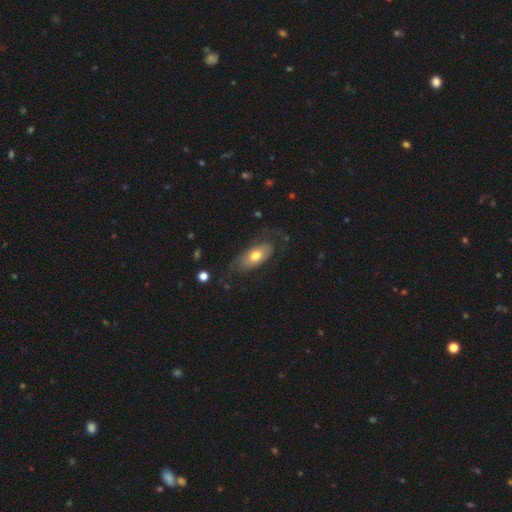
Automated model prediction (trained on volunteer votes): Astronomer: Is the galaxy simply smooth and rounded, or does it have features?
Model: smooth — 53% (runner-up: featured or disk, 41%).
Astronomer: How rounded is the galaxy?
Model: in between — 87%.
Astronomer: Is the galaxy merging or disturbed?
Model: none — 63%.